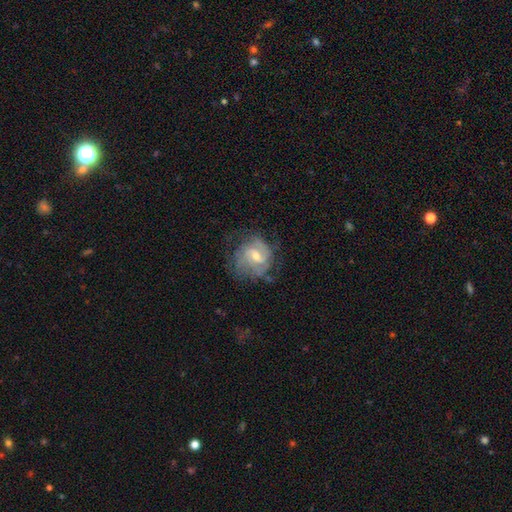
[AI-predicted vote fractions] Q: Smooth or featured?
A: featured or disk (76%); runner-up: smooth (18%)
Q: Edge-on disk?
A: no (98%); runner-up: yes (2%)
Q: Bar?
A: weak (58%); runner-up: no (28%)
Q: Spiral arms?
A: yes (89%); runner-up: no (11%)
Q: Spiral winding?
A: tight (43%); runner-up: medium (42%)
Q: Spiral arm count?
A: 2 (45%); runner-up: can't tell (29%)
Q: Bulge size?
A: moderate (52%); runner-up: small (42%)
Q: Merging?
A: none (58%); runner-up: minor disturbance (25%)